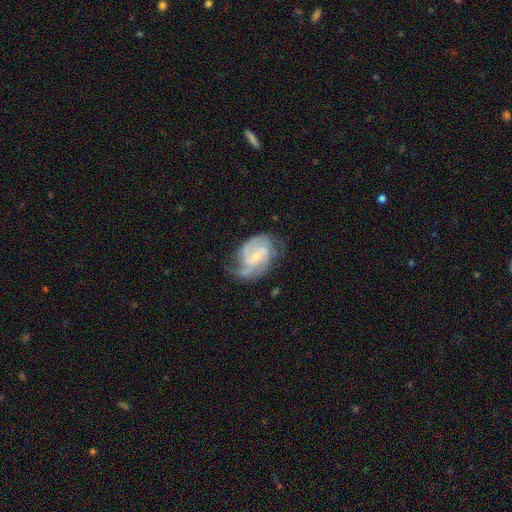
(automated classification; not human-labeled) Morphology: type=featured or disk (86%); edge-on=no (98%); bar=weak (46%); spiral arms=yes (96%); winding=medium (46%); arm count=2 (38%); bulge=small (66%); merging=none (64%).